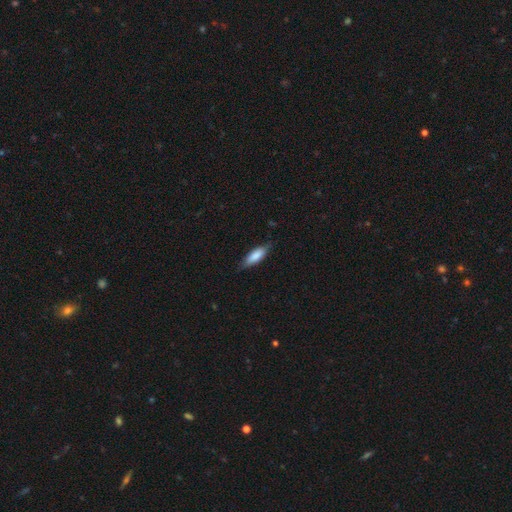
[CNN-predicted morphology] This appears to be a smooth galaxy with no disk features (78%) that is in between round and cigar-shaped (59%). Merging: none (77%).